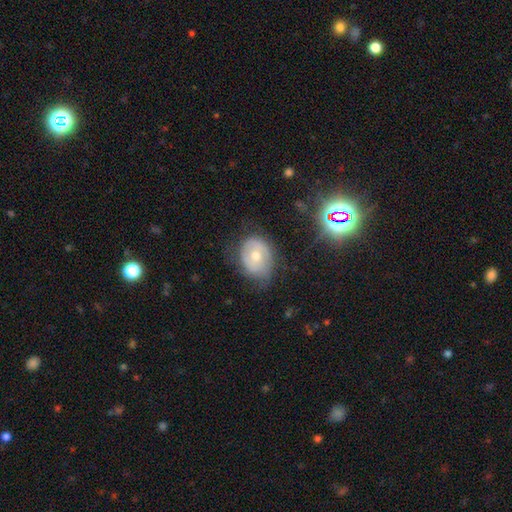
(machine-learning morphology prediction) Smooth or featured?
  - featured or disk: 48% *
  - smooth: 42%
  - star or artifact: 10%
Merging?
  - none: 55% *
  - minor disturbance: 30%
  - major disturbance: 13%
  - merger: 2%